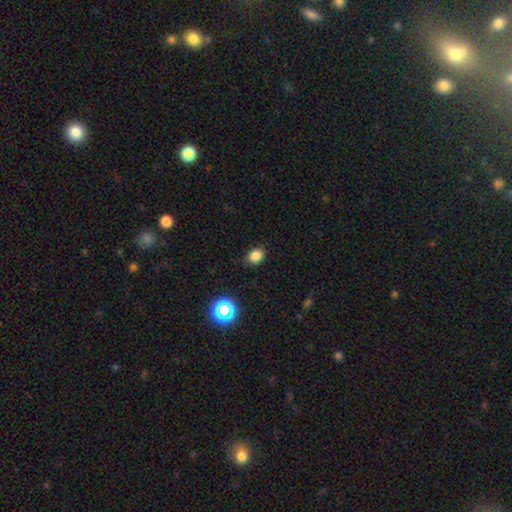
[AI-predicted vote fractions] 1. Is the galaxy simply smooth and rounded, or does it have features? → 81% smooth, 14% star or artifact, 5% featured or disk.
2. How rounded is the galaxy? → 55% round, 44% in between, 1% cigar-shaped.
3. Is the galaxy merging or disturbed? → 81% none, 15% minor disturbance, 3% major disturbance, 1% merger.